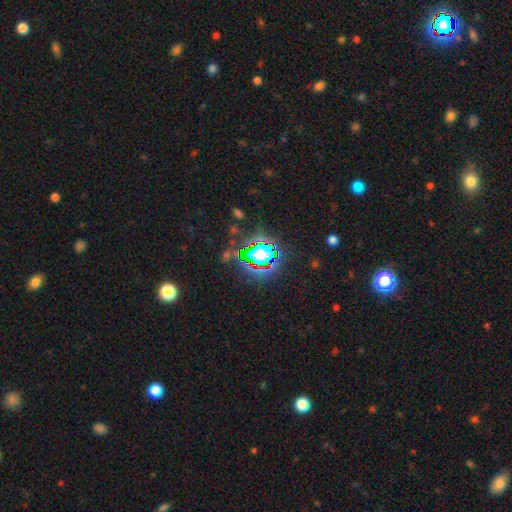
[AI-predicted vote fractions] This appears to be a star or artifact, not a galaxy (75%).